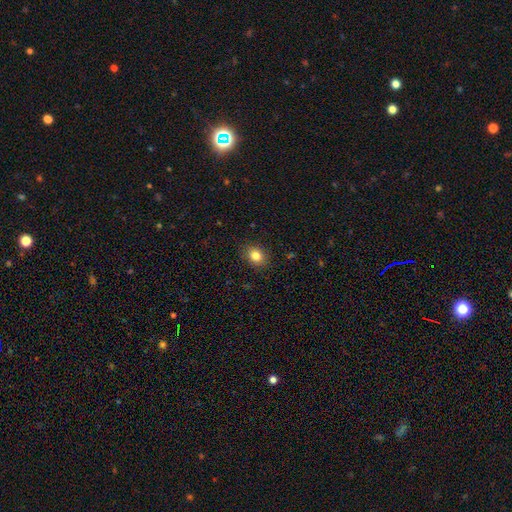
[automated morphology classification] Smooth or featured? Predicted: smooth (p=0.83). How rounded? Predicted: in between (p=0.50). Merging? Predicted: none (p=0.87).